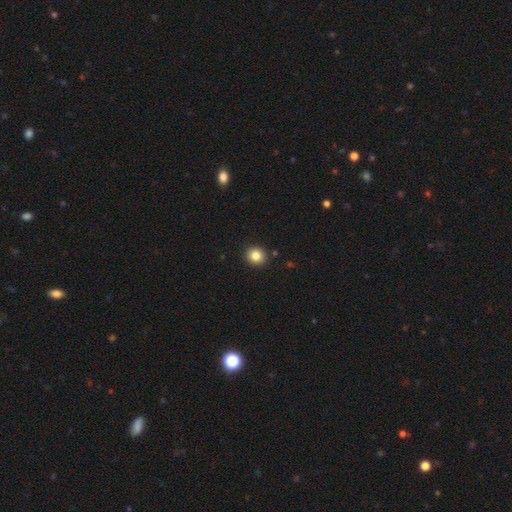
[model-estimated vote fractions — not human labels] Smooth or featured: smooth — 84% (star or artifact — 11%)
How rounded: round — 87% (in between — 12%)
Merging: none — 91% (minor disturbance — 6%)